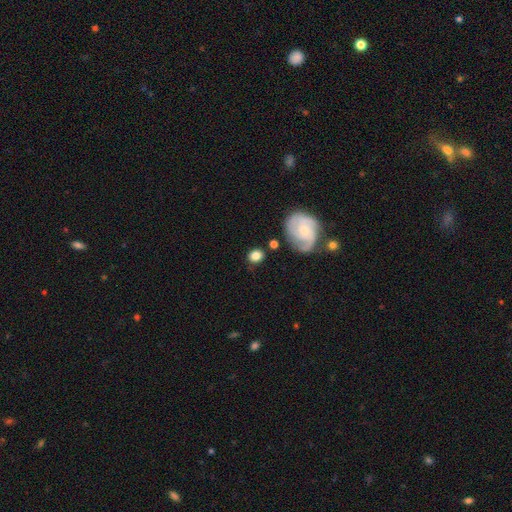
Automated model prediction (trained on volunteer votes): A smooth galaxy with no disk features (74%) that is round (67%).

Vote fractions:
- Smooth or featured? smooth: 74% / featured or disk: 19% / star or artifact: 8%
- How rounded? round: 67% / in between: 32% / cigar-shaped: 1%
- Merging? none: 76% / minor disturbance: 14% / merger: 6% / major disturbance: 5%